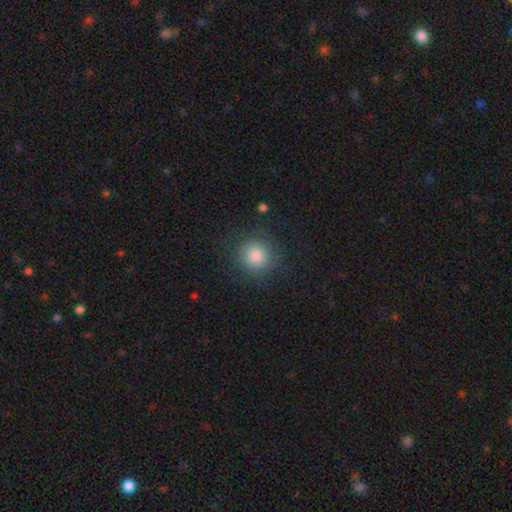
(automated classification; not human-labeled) Overall: smooth (83%). How rounded: round (92%). Merging: none (86%).